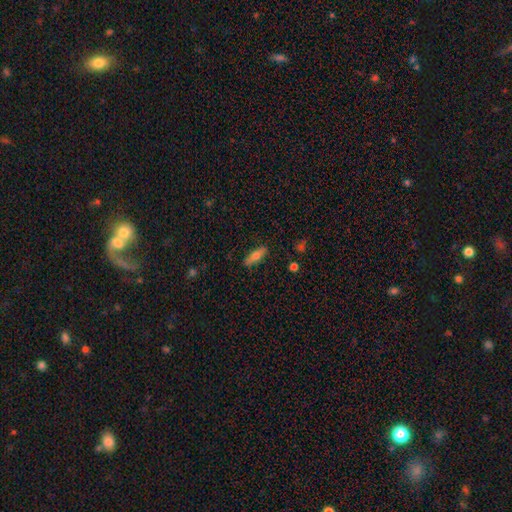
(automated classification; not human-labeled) Smooth or featured: smooth — 65% (featured or disk — 28%)
How rounded: cigar-shaped — 50% (in between — 48%)
Merging: none — 86% (minor disturbance — 10%)